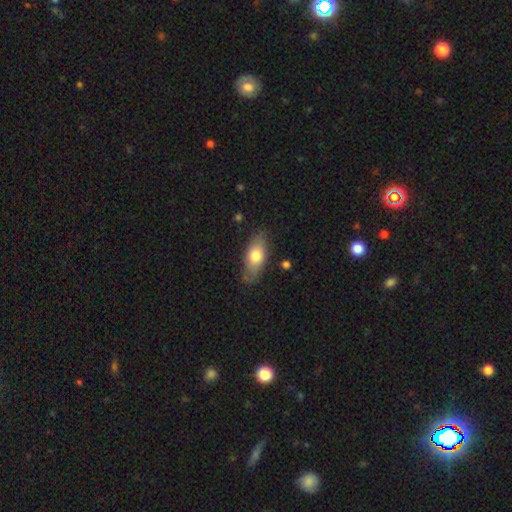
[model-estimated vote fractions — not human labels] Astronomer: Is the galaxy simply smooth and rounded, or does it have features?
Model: smooth — 69%.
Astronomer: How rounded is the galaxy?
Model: in between — 84%.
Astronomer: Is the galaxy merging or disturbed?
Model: none — 77%.